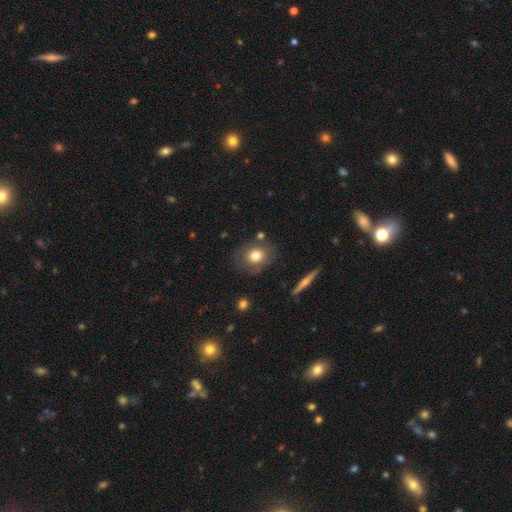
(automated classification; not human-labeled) A smooth galaxy with no disk features (73%) that is round (66%). Merging: none (75%).